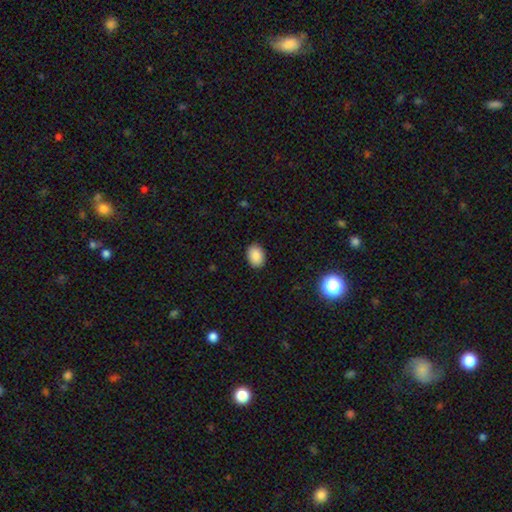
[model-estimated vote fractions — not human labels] Overall: smooth (88%). How rounded: in between (74%). Merging: none (90%).